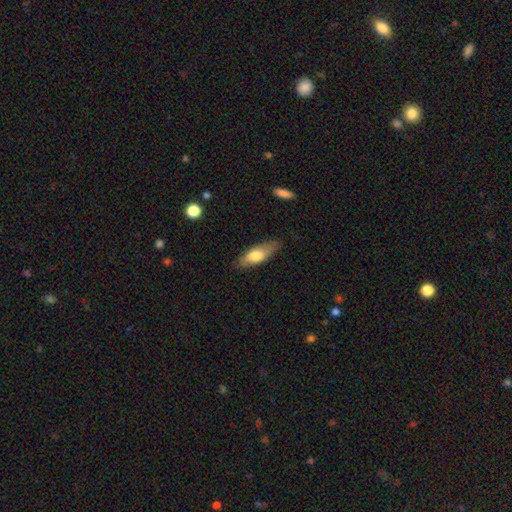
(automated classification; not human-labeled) This is likely a smooth galaxy (68%). How rounded: likely in between (60%). Merging: likely none (79%).